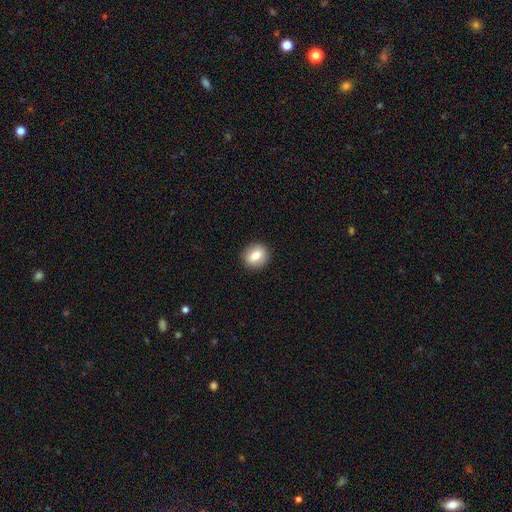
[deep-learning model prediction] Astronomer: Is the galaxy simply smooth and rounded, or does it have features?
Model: smooth — 74%.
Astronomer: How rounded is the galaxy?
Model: round — 78%.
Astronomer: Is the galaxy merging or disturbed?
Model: none — 90%.